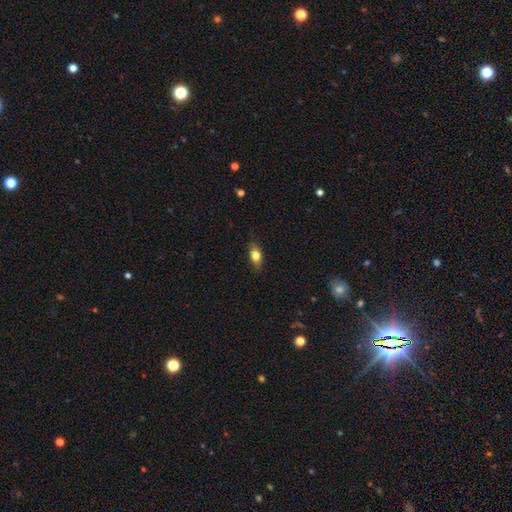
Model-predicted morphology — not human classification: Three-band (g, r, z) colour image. It shows a smooth galaxy with no disk features (78%) that is in between round and cigar-shaped (79%). Merging: none (83%).